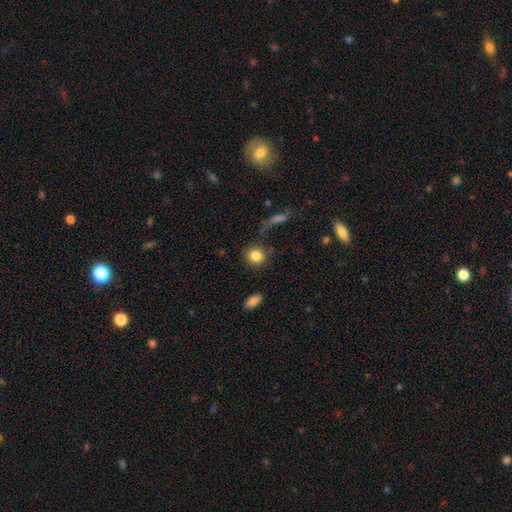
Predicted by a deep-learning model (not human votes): smooth_or_featured: smooth (p=0.85) [alt: star or artifact p=0.09]
how_rounded: round (p=0.79) [alt: in between p=0.20]
merging: none (p=0.78) [alt: minor disturbance p=0.13]